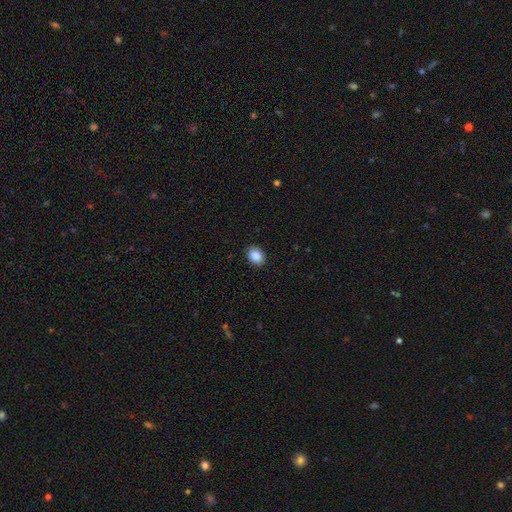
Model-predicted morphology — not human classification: A smooth galaxy with no disk features (88%) that is in between round and cigar-shaped (56%).

Vote fractions:
- Smooth or featured? smooth: 88% / star or artifact: 9% / featured or disk: 4%
- How rounded? in between: 56% / round: 43% / cigar-shaped: 1%
- Merging? none: 90% / minor disturbance: 7% / major disturbance: 2% / merger: 1%